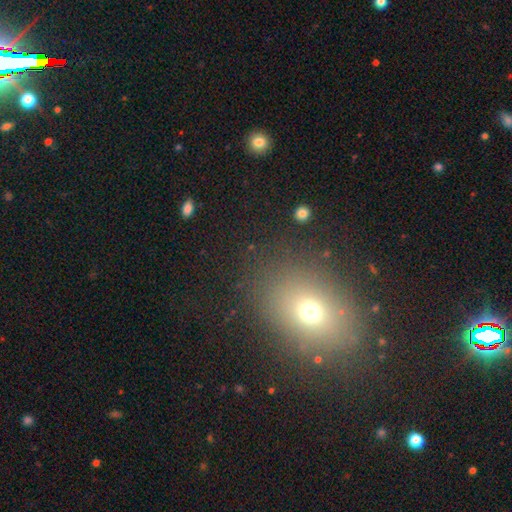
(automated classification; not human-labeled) A smooth galaxy with no disk features (62%) that is in between round and cigar-shaped (61%). Merging: none (86%).